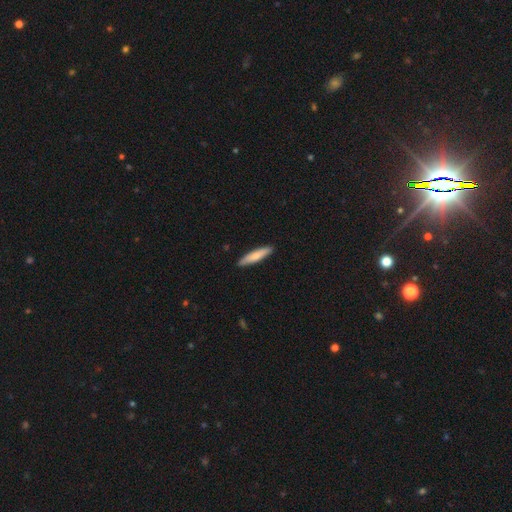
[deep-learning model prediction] smooth 76%, featured or disk 19%, star or artifact 5%. Down the decision tree: how rounded — cigar-shaped (85%); merging — none (90%).